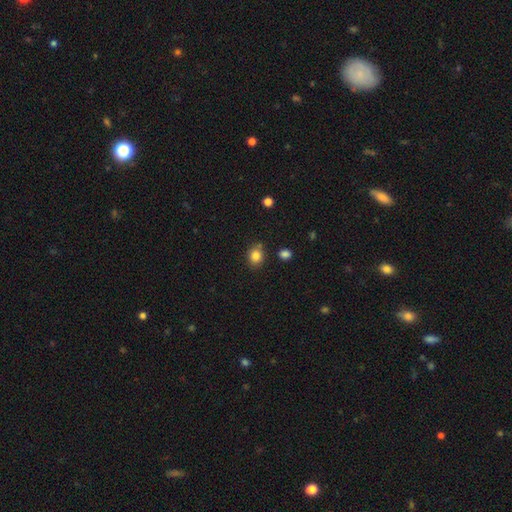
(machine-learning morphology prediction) smooth 83%, star or artifact 11%, featured or disk 6%. Down the decision tree: how rounded — round (63%); merging — none (78%).